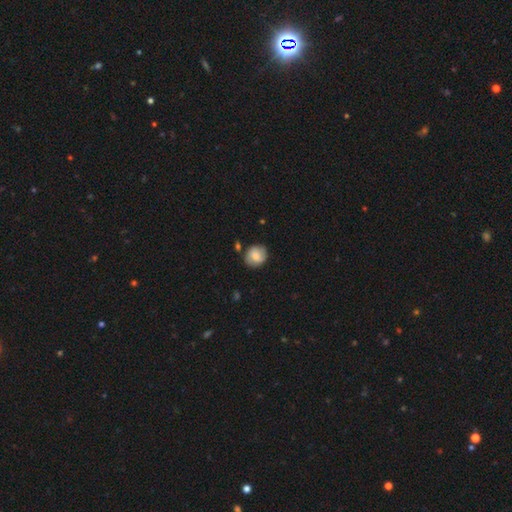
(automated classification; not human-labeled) smooth 67%, featured or disk 25%, star or artifact 8%. Down the decision tree: how rounded — round (80%); merging — none (78%).